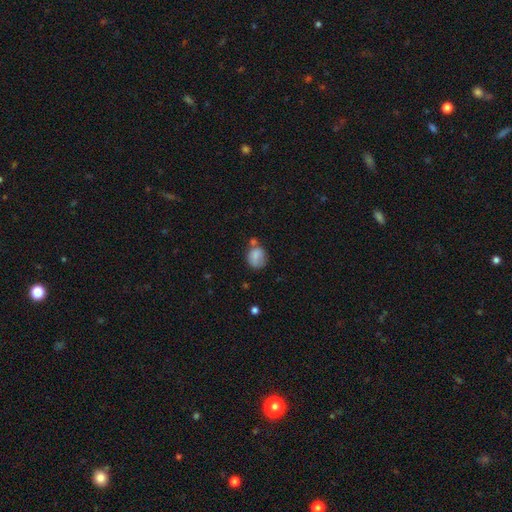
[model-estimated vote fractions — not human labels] This appears to be a smooth galaxy with no disk features (77%) that is round (68%). Merging: none (50%).